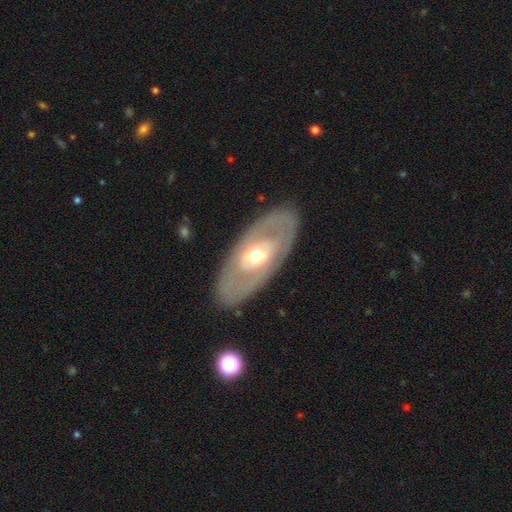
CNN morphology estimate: A featured or disk galaxy (67%) with no bar (64%), no spiral arms (73%) and a moderate central bulge (67%).

Vote fractions:
- Smooth or featured? featured or disk: 67% / smooth: 28% / star or artifact: 5%
- Edge-on disk? no: 86% / yes: 14%
- Bar? no: 64% / weak: 25% / strong: 11%
- Spiral arms? no: 73% / yes: 27%
- Bulge size? moderate: 67% / small: 22% / large: 9% / dominant: 1% / none: 1%
- Merging? none: 85% / minor disturbance: 10% / major disturbance: 4% / merger: 1%